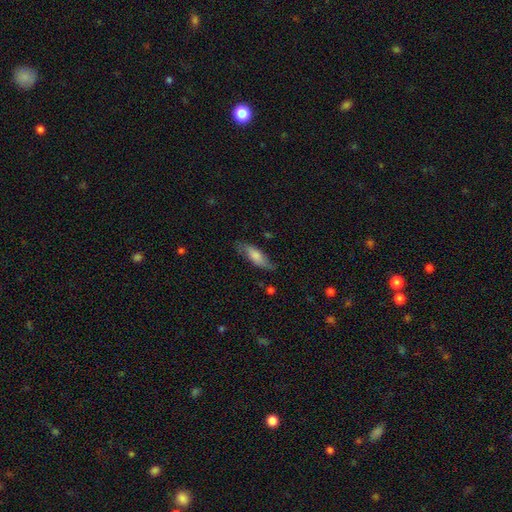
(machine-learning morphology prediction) Smooth or featured?
  - smooth: 65% *
  - featured or disk: 29%
  - star or artifact: 6%
How rounded?
  - in between: 54% *
  - cigar-shaped: 44%
  - round: 2%
Merging?
  - none: 68% *
  - minor disturbance: 24%
  - major disturbance: 6%
  - merger: 2%